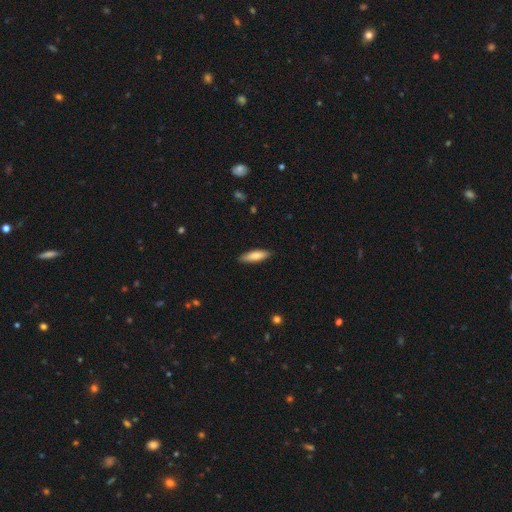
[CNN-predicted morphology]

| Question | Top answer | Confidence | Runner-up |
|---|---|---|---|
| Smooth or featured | smooth | 81% | featured or disk (13%) |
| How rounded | cigar-shaped | 56% | in between (43%) |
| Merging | none | 87% | minor disturbance (10%) |